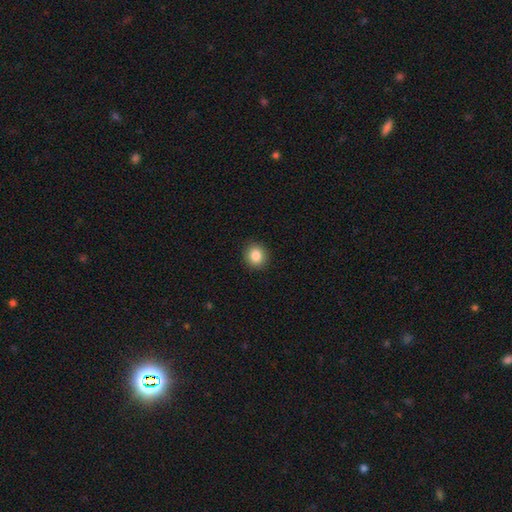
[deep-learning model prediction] This is clearly a smooth galaxy (86%). How rounded: clearly round (85%). Merging: clearly none (91%).